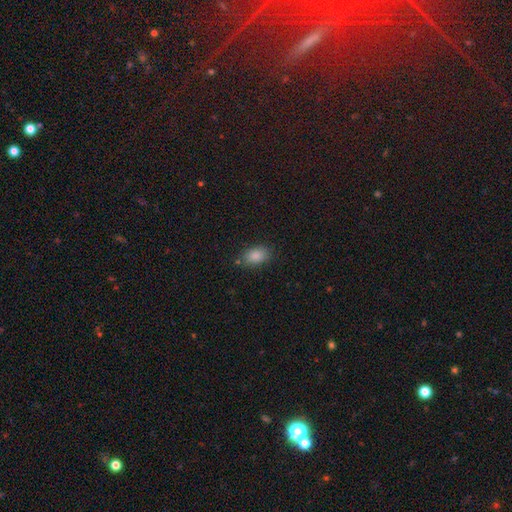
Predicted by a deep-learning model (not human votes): A smooth galaxy with no disk features (86%) that is in between round and cigar-shaped (88%).

Vote fractions:
- Smooth or featured? smooth: 86% / star or artifact: 9% / featured or disk: 5%
- How rounded? in between: 88% / round: 10% / cigar-shaped: 2%
- Merging? none: 81% / minor disturbance: 13% / major disturbance: 3% / merger: 3%